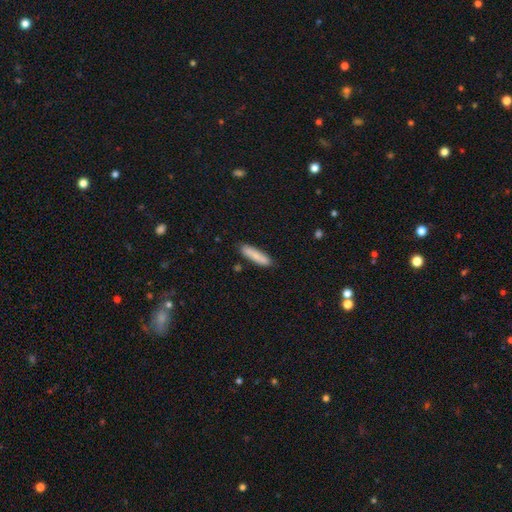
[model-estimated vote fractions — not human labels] The model was most divided on "how rounded": cigar-shaped: 77%, in between: 22%, round: 1%. More confident: merging — none (85%); smooth or featured — smooth (82%).